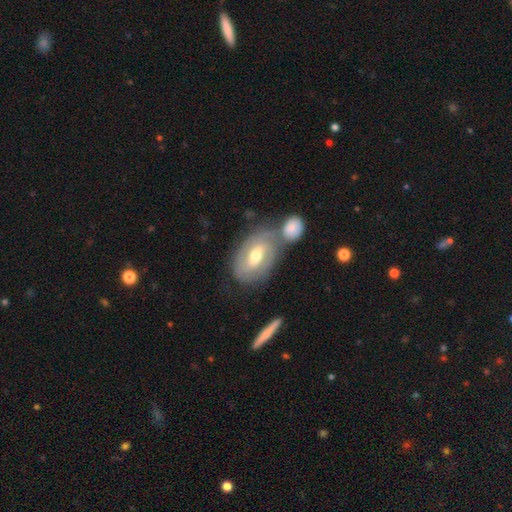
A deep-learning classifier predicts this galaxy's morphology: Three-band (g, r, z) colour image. It shows a featured or disk galaxy (69%) with a weak bar (48%), 2 (57%) tight (56%) spiral arms (79%) and a moderate central bulge (68%). Merging: none (49%).